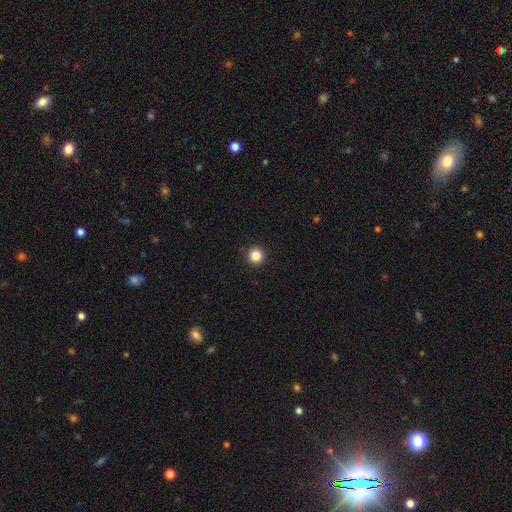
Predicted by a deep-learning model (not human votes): A smooth galaxy with no disk features (86%) that is round (96%).

Vote fractions:
- Smooth or featured? smooth: 86% / star or artifact: 11% / featured or disk: 3%
- How rounded? round: 96% / in between: 3% / cigar-shaped: 1%
- Merging? none: 93% / minor disturbance: 5% / major disturbance: 2% / merger: 1%